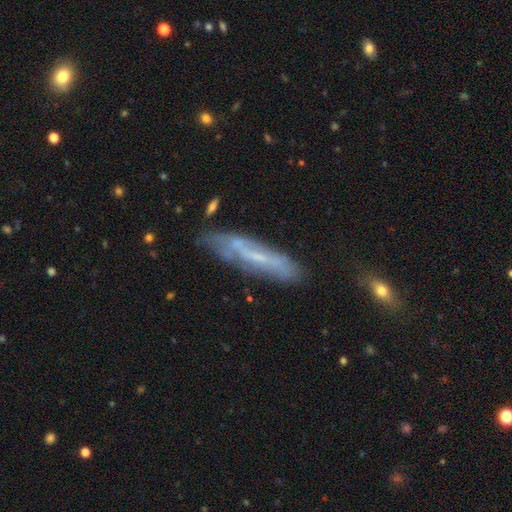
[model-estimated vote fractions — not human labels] A featured or disk galaxy (60%) viewed edge-on (51%). Merging: none (65%).